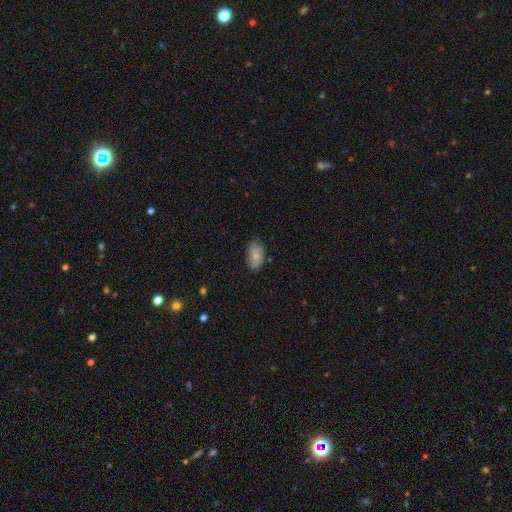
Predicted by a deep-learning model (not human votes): A smooth galaxy with no disk features (68%) that is in between round and cigar-shaped (92%).

Vote fractions:
- Smooth or featured? smooth: 68% / featured or disk: 25% / star or artifact: 7%
- How rounded? in between: 92% / round: 5% / cigar-shaped: 3%
- Merging? none: 65% / minor disturbance: 28% / major disturbance: 6% / merger: 2%